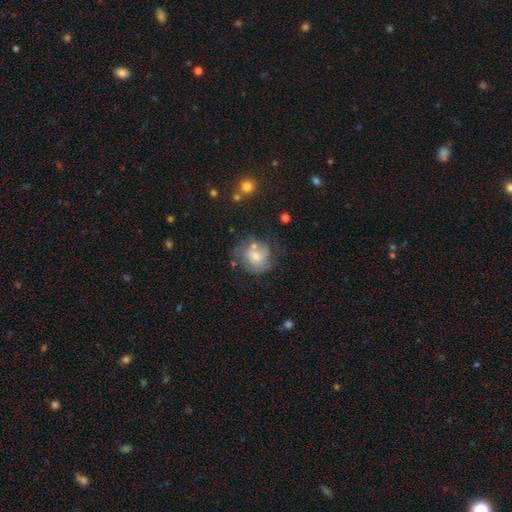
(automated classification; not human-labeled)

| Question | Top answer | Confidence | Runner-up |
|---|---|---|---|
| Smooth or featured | smooth | 49% | featured or disk (42%) |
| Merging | none | 46% | minor disturbance (26%) |